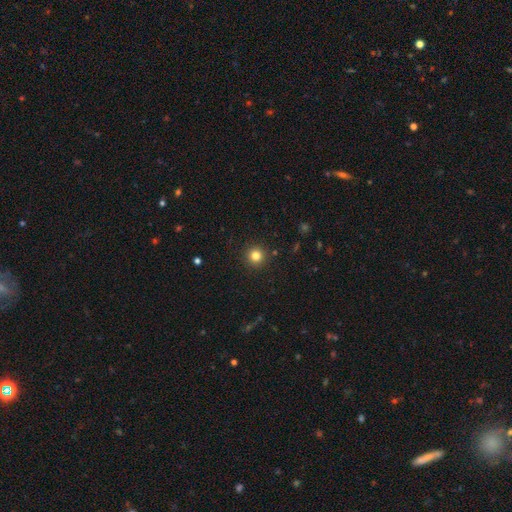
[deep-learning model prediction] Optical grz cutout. It shows a smooth galaxy with no disk features (81%) that is round (96%). Merging: none (92%).